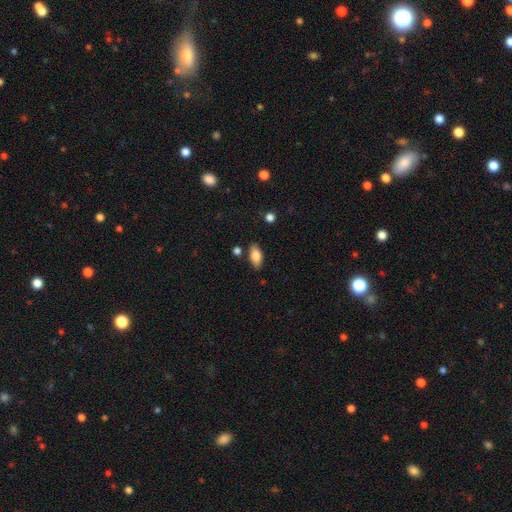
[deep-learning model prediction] Morphology: type=smooth (82%); roundness=in between (89%); merging=none (82%).